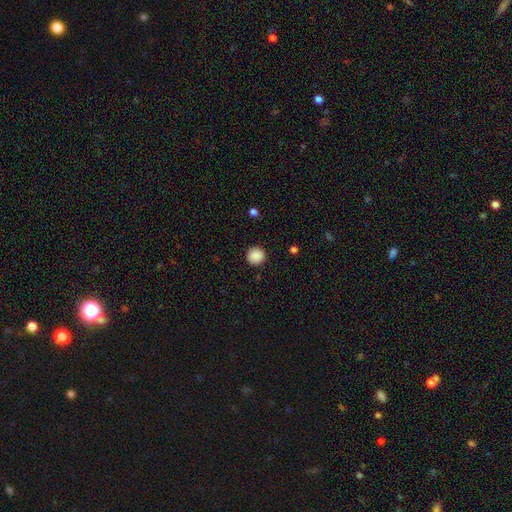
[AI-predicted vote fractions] Smooth or featured?
  - smooth: 89% *
  - star or artifact: 9%
  - featured or disk: 2%
How rounded?
  - round: 94% *
  - in between: 5%
  - cigar-shaped: 1%
Merging?
  - none: 91% *
  - minor disturbance: 6%
  - major disturbance: 2%
  - merger: 1%